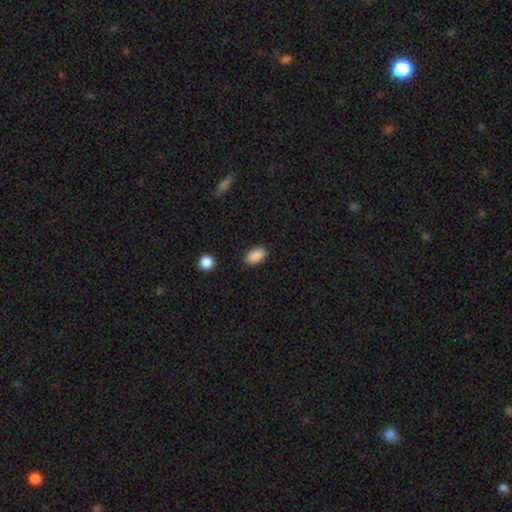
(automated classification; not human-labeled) Q: Smooth or featured?
A: smooth (89%); runner-up: star or artifact (8%)
Q: How rounded?
A: in between (92%); runner-up: round (6%)
Q: Merging?
A: none (86%); runner-up: minor disturbance (10%)